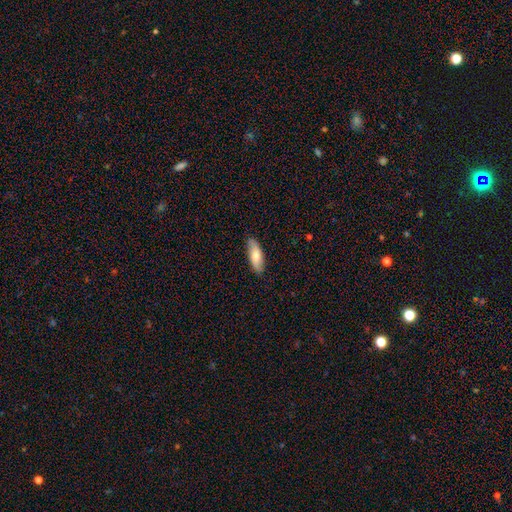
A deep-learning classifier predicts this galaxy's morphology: The model was most divided on "how rounded": in between: 68%, cigar-shaped: 29%, round: 2%. More confident: merging — none (86%); smooth or featured — smooth (73%).